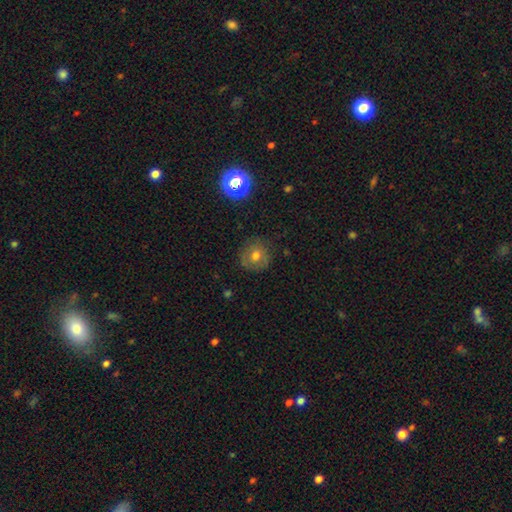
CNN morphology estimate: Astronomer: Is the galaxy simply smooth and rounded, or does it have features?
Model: smooth — 65%.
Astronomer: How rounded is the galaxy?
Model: round — 91%.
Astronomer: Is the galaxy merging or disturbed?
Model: none — 81%.